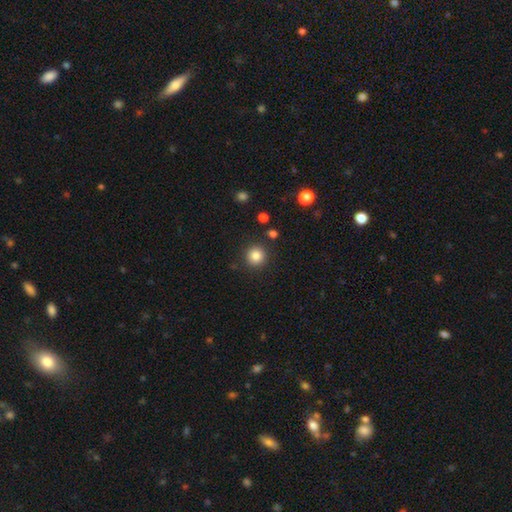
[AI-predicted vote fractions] This is clearly a smooth galaxy (85%). How rounded: clearly round (94%). Merging: clearly none (89%).